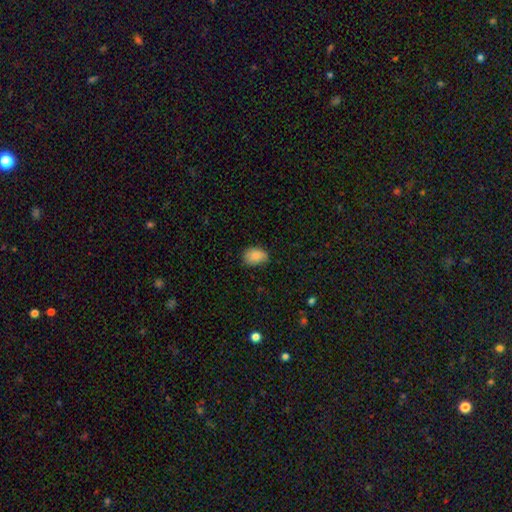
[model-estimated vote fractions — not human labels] The model was most divided on "merging": none: 66%, minor disturbance: 28%, major disturbance: 5%, merger: 1%. More confident: smooth or featured — smooth (86%); how rounded — in between (79%).